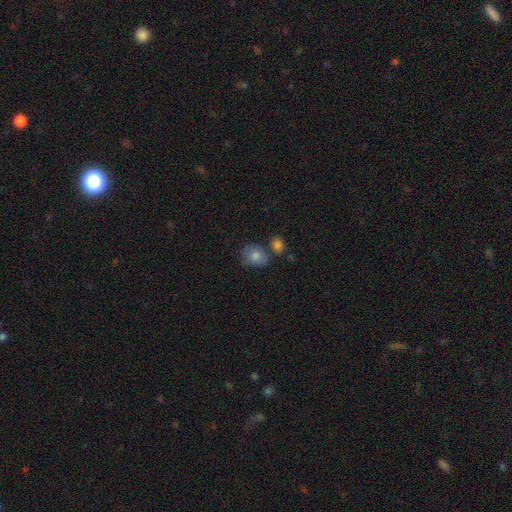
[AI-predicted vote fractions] A smooth galaxy with no disk features (78%) that is round (56%).

Vote fractions:
- Smooth or featured? smooth: 78% / featured or disk: 12% / star or artifact: 10%
- How rounded? round: 56% / in between: 43% / cigar-shaped: 1%
- Merging? none: 63% / merger: 17% / minor disturbance: 16% / major disturbance: 5%